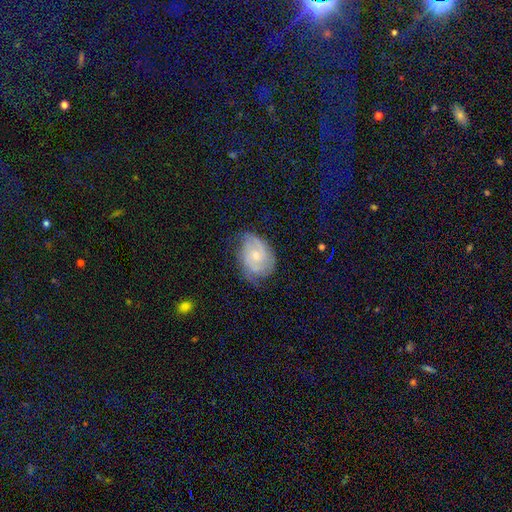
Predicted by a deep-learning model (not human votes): Morphology: type=featured or disk (74%); edge-on=no (97%); bar=no (65%); spiral arms=yes (92%); winding=tight (53%); arm count=2 (44%); bulge=small (53%); merging=none (60%).